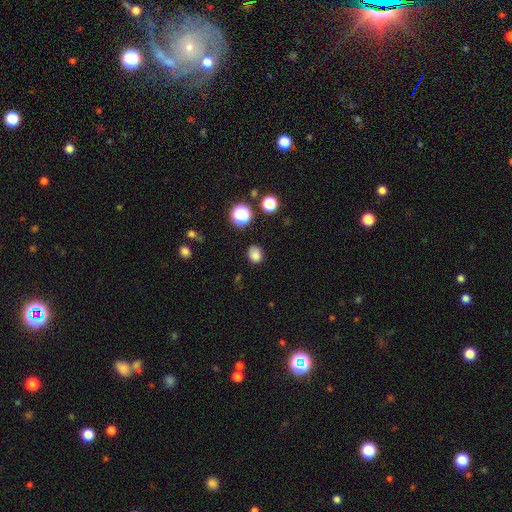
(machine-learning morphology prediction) Q: Smooth or featured?
A: smooth (81%); runner-up: star or artifact (15%)
Q: How rounded?
A: round (62%); runner-up: in between (37%)
Q: Merging?
A: none (80%); runner-up: minor disturbance (14%)